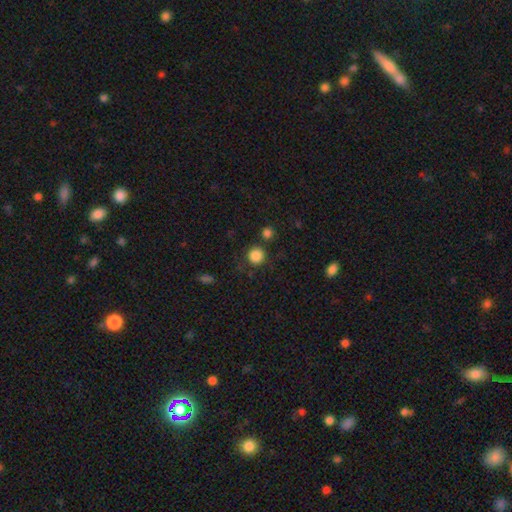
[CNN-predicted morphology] The model was most divided on "merging": none: 82%, minor disturbance: 8%, merger: 6%, major disturbance: 4%. More confident: how rounded — round (93%); smooth or featured — smooth (86%).